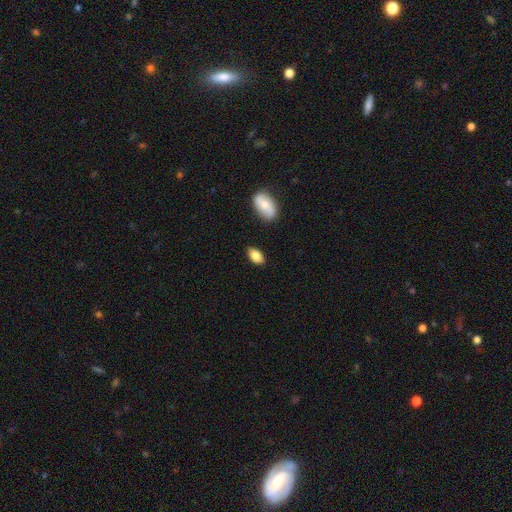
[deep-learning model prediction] Smooth or featured? Predicted: smooth (p=0.83). How rounded? Predicted: in between (p=0.92). Merging? Predicted: none (p=0.83).